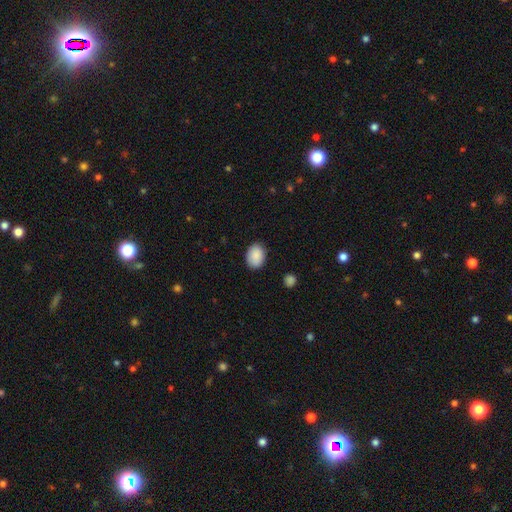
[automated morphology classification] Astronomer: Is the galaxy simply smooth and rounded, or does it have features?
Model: smooth — 90%.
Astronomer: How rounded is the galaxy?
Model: in between — 75%.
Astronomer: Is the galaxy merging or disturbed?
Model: none — 87%.